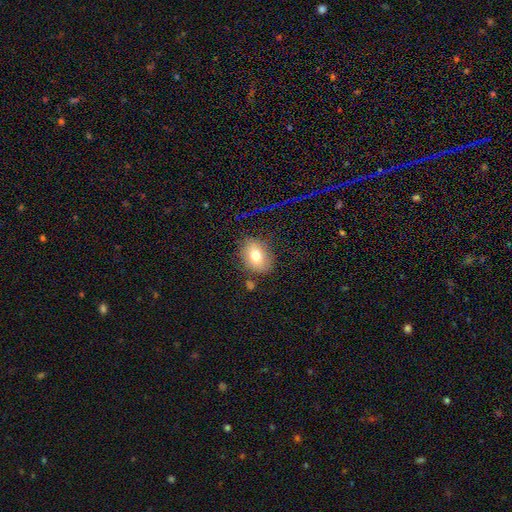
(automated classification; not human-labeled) This appears to be a smooth galaxy with no disk features (74%) that is in between round and cigar-shaped (67%). Merging: none (77%).